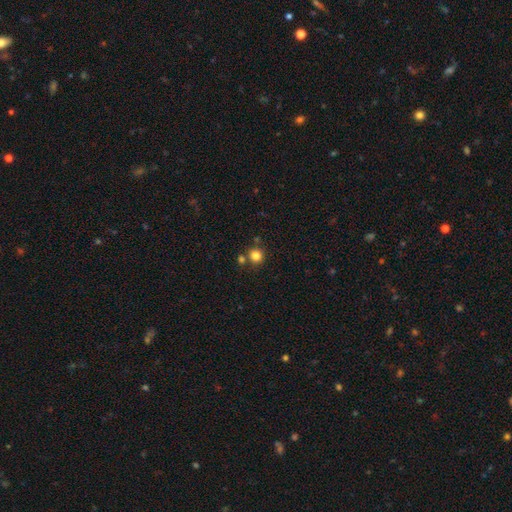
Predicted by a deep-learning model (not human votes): Smooth or featured? Predicted: smooth (p=0.82). How rounded? Predicted: round (p=0.91). Merging? Predicted: none (p=0.76).